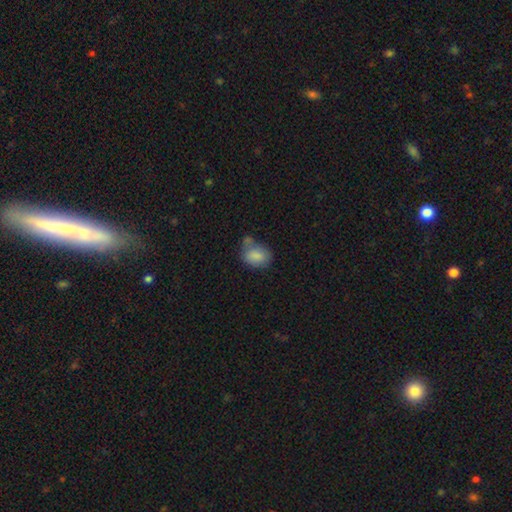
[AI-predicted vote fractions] smooth 82%, featured or disk 10%, star or artifact 8%. Down the decision tree: how rounded — in between (70%); merging — none (40%).